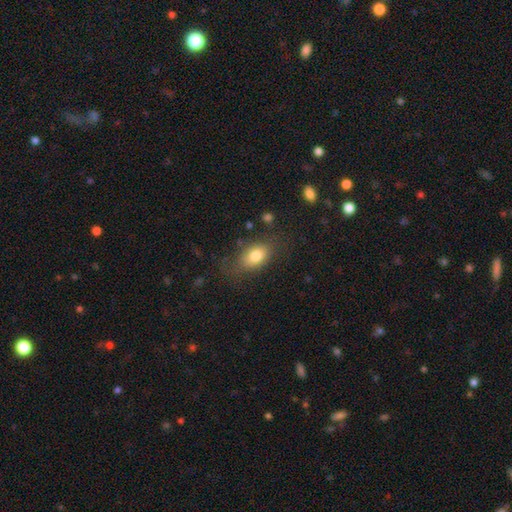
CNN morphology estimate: smooth-or-featured: smooth: 79% | featured or disk: 12% | star or artifact: 9%
  how-rounded: in between: 83% | round: 14% | cigar-shaped: 3%
  merging: none: 70% | minor disturbance: 19% | major disturbance: 9% | merger: 2%